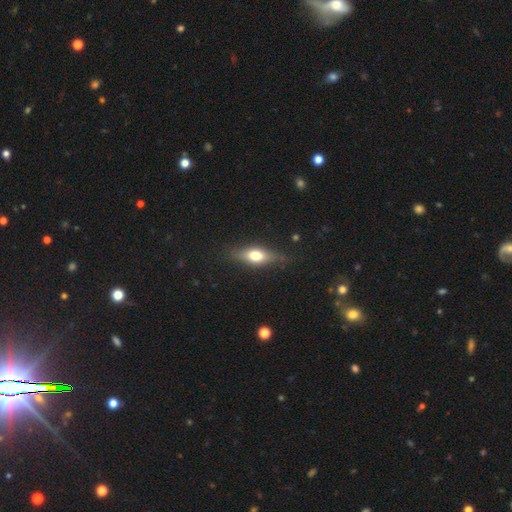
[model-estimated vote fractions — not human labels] Morphology: type=smooth (59%); roundness=in between (66%); merging=none (78%).